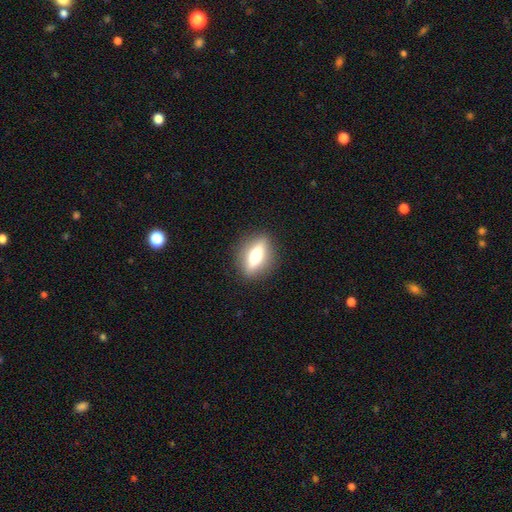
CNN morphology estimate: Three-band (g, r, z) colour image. It shows a smooth galaxy with no disk features (46%, tied with featured or disk). Merging: none (88%).